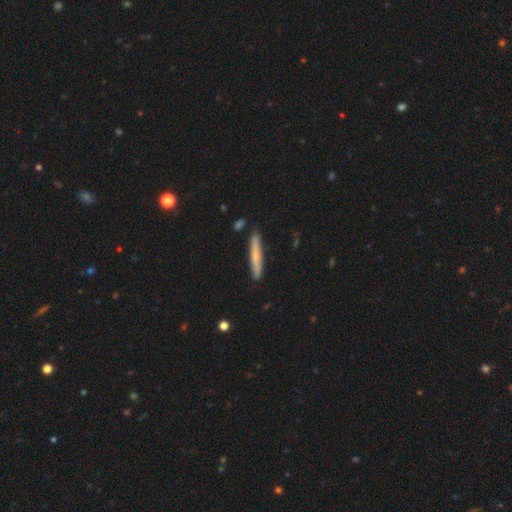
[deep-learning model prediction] smooth_or_featured: smooth (p=0.65) [alt: featured or disk p=0.30]
how_rounded: cigar-shaped (p=0.94) [alt: in between p=0.04]
merging: none (p=0.86) [alt: minor disturbance p=0.10]